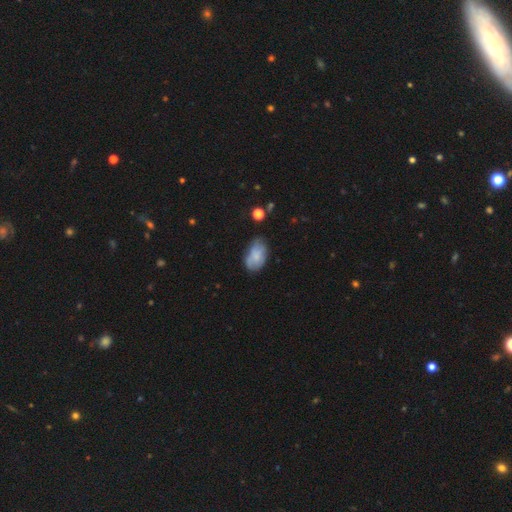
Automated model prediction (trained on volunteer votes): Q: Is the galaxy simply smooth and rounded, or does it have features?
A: smooth — 69%.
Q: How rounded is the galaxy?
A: in between — 91%.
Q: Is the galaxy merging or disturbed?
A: none — 52%.